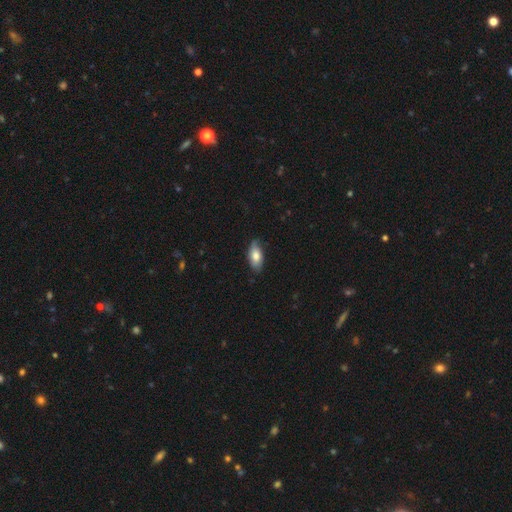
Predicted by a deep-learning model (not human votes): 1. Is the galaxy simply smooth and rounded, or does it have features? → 75% smooth, 19% featured or disk, 6% star or artifact.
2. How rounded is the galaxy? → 88% in between, 9% cigar-shaped, 3% round.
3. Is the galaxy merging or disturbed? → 74% none, 22% minor disturbance, 3% major disturbance, 1% merger.